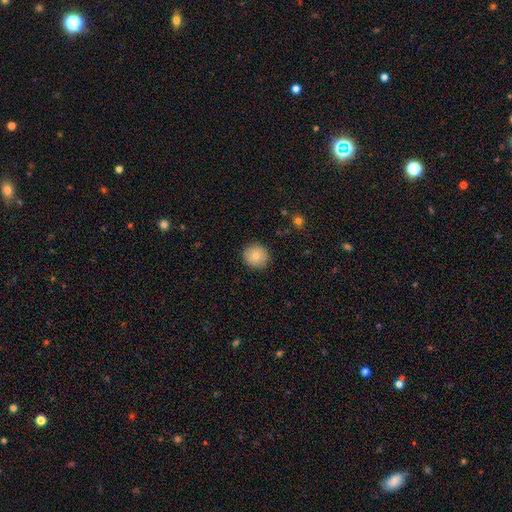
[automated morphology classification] type=smooth (80%); roundness=round (89%); merging=none (89%).